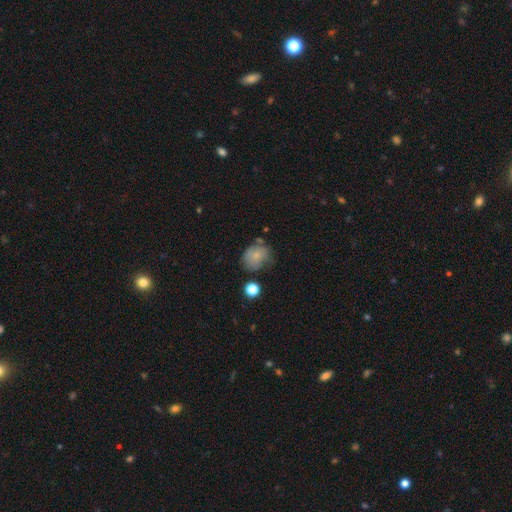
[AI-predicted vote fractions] This appears to be a smooth galaxy with no disk features (72%) that is round (61%). Merging: none (48%).